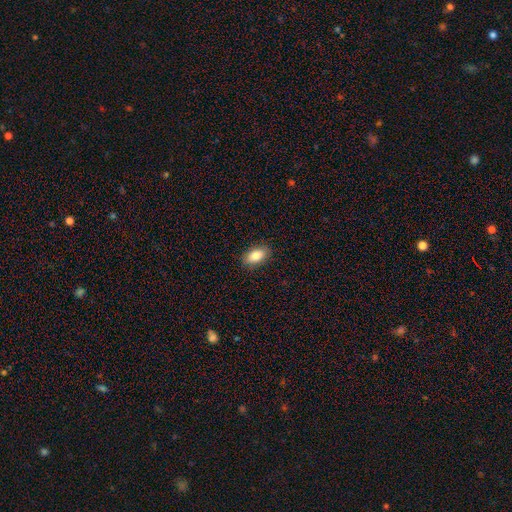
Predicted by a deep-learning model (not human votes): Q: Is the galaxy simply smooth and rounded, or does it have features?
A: smooth — 83%.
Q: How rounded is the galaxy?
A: in between — 91%.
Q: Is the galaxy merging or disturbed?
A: none — 89%.